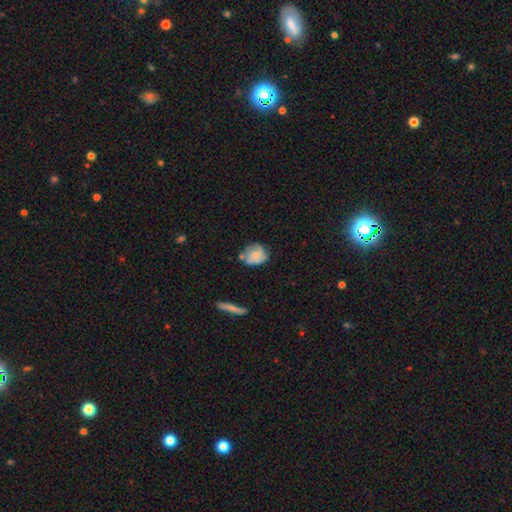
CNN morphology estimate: The model was most divided on "smooth or featured": smooth: 53%, featured or disk: 40%, star or artifact: 7%. More confident: how rounded — round (60%); merging — none (56%).